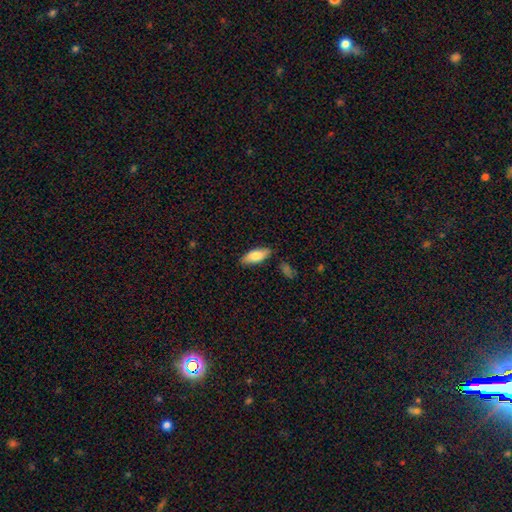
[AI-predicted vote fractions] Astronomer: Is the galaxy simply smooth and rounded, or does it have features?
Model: smooth — 78%.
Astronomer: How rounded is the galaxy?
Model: in between — 79%.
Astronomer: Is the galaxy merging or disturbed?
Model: none — 83%.